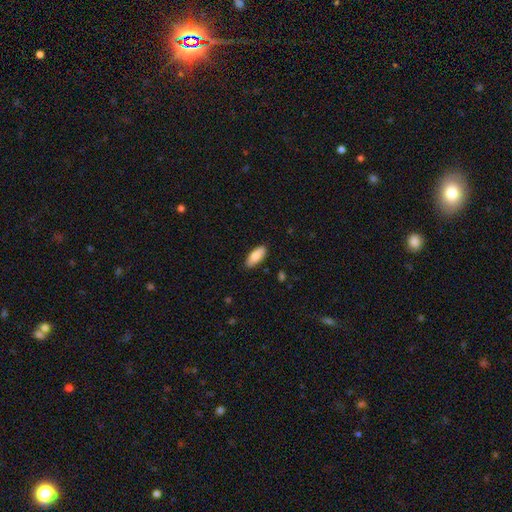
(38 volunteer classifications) A smooth galaxy with no disk features (82%) that is in between round and cigar-shaped (87%). Merging: none (95%).